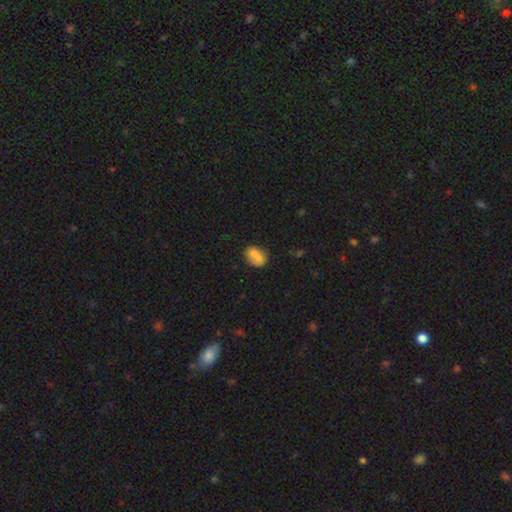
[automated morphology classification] The model was most divided on "how rounded": round: 53%, in between: 46%, cigar-shaped: 1%. More confident: smooth or featured — smooth (69%); merging — merger (57%).